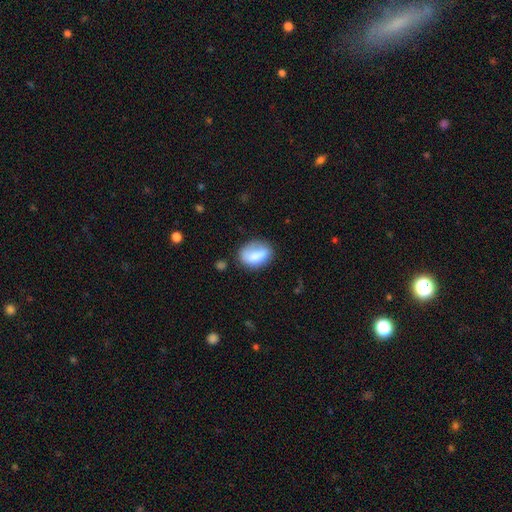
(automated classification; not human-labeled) smooth 76%, featured or disk 16%, star or artifact 8%. Down the decision tree: how rounded — in between (81%); merging — none (57%).